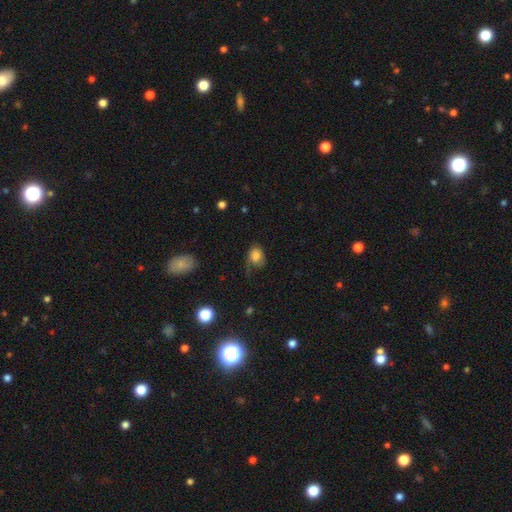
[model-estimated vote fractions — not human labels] smooth-or-featured: smooth: 79% | featured or disk: 12% | star or artifact: 9%
  how-rounded: in between: 55% | round: 44% | cigar-shaped: 1%
  merging: none: 44% | minor disturbance: 33% | major disturbance: 21% | merger: 2%